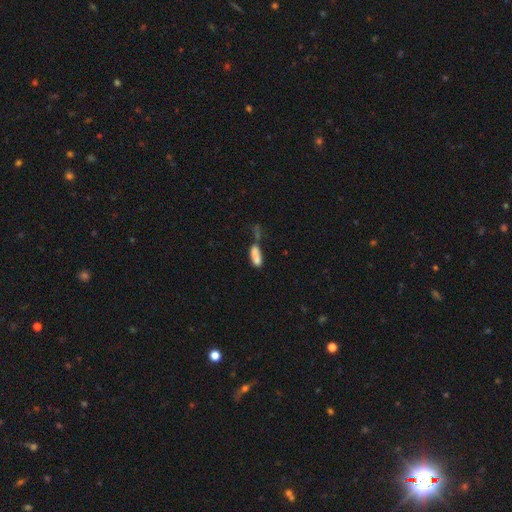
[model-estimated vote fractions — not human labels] smooth_or_featured: smooth (p=0.76) [alt: featured or disk p=0.14]
how_rounded: in between (p=0.66) [alt: cigar-shaped p=0.31]
merging: merger (p=0.37) [alt: none p=0.27]